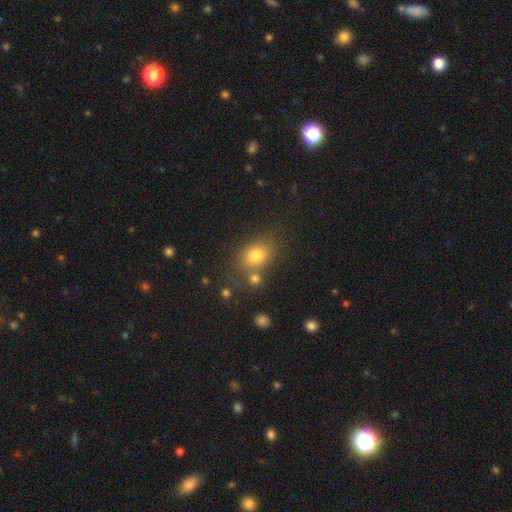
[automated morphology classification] type=smooth (78%); roundness=in between (63%); merging=none (65%).